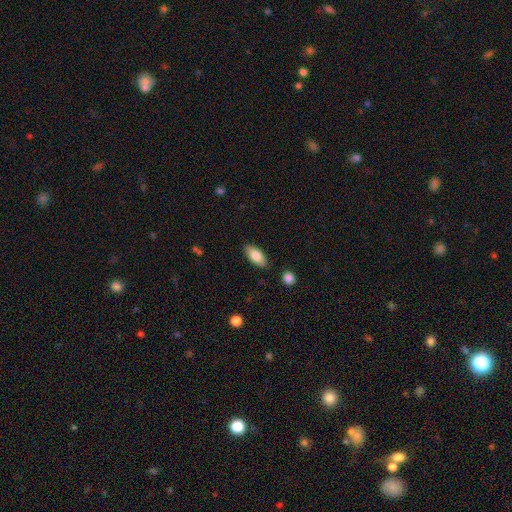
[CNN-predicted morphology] This appears to be a smooth galaxy with no disk features (81%) that is in between round and cigar-shaped (88%). Merging: none (86%).